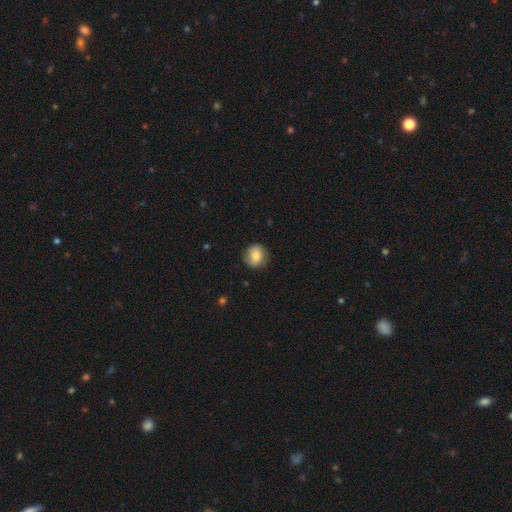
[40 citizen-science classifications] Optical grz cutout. It shows a smooth galaxy with no disk features (72%) that is round (90%). Merging: none (81%).